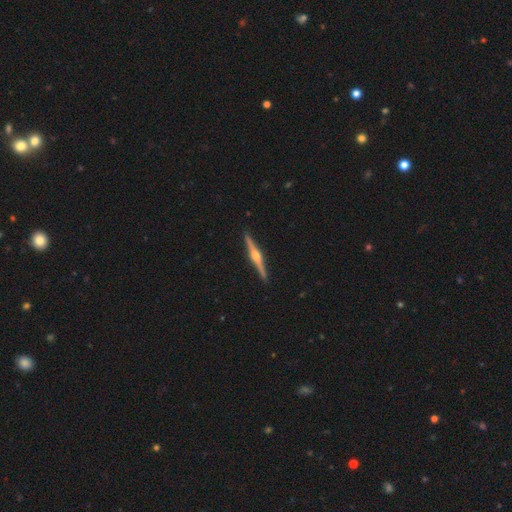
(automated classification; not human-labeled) Overall: featured or disk (84%). Edge-on disk: yes (99%). Edge-on bulge: rounded (91%). Merging: none (93%).